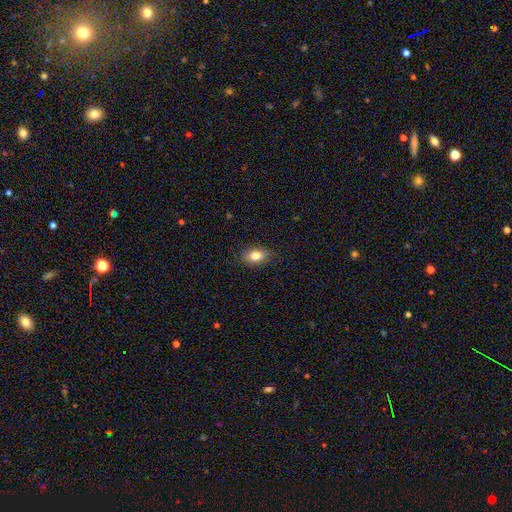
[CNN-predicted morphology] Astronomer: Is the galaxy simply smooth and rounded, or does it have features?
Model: smooth — 82%.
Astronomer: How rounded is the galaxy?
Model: in between — 85%.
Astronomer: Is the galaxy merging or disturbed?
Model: none — 84%.